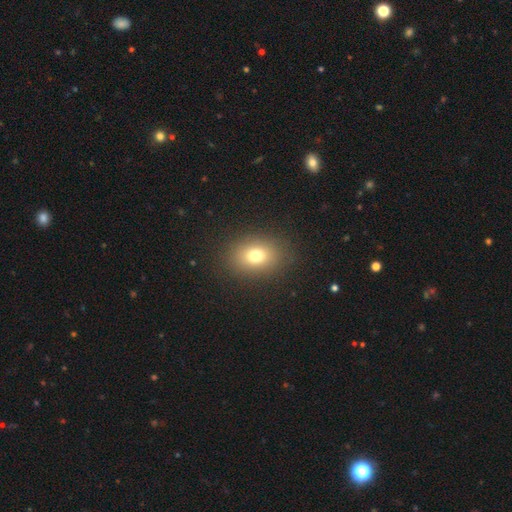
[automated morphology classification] Smooth or featured? Predicted: smooth (p=0.75). How rounded? Predicted: in between (p=0.62). Merging? Predicted: none (p=0.86).